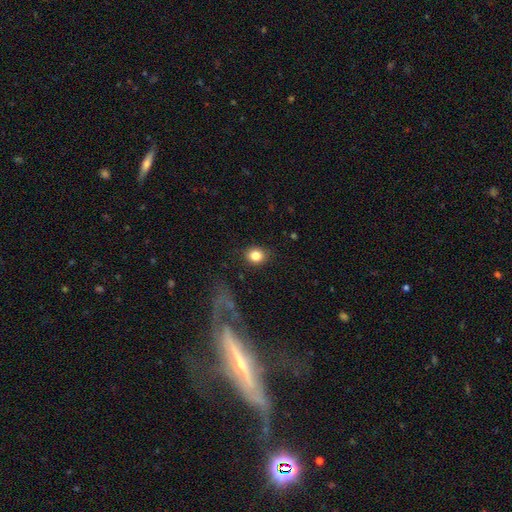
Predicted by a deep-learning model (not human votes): A smooth galaxy with no disk features (83%) that is round (67%). Merging: none (86%).